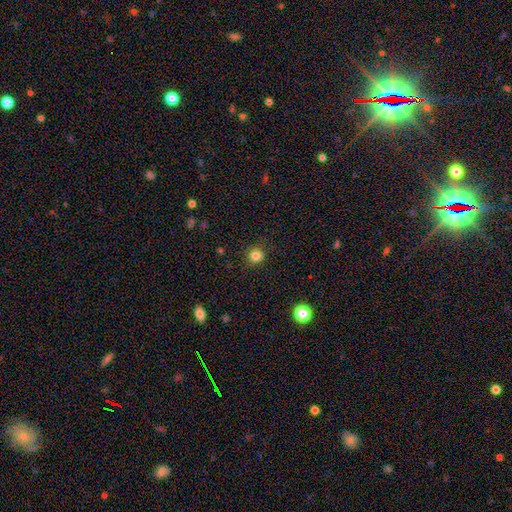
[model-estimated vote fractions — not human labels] This appears to be a smooth galaxy with no disk features (82%) that is round (89%). Merging: none (88%).